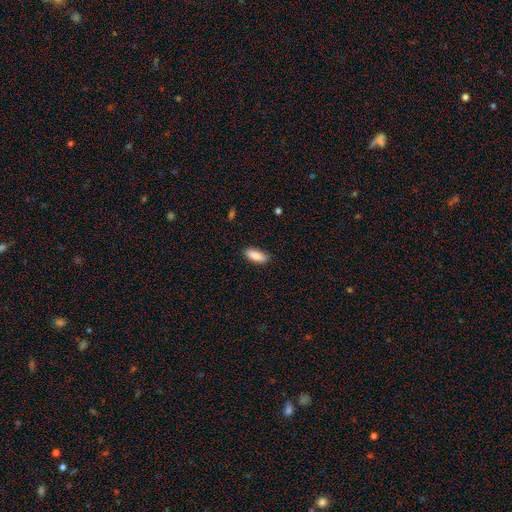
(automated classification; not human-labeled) Overall: smooth (88%). How rounded: in between (75%). Merging: none (86%).